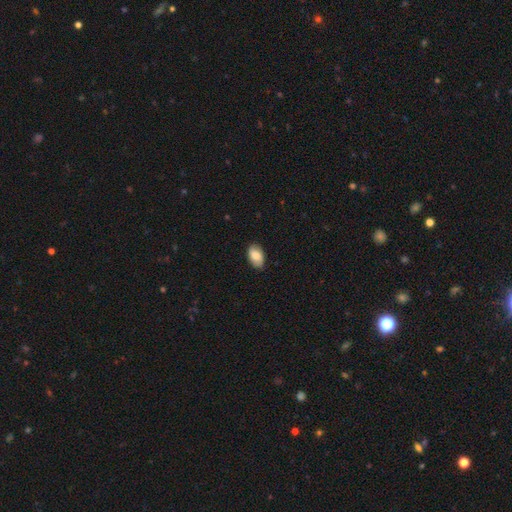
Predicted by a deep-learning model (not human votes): Smooth or featured?
  - smooth: 82% *
  - featured or disk: 11%
  - star or artifact: 7%
How rounded?
  - in between: 93% *
  - round: 6%
  - cigar-shaped: 1%
Merging?
  - none: 84% *
  - minor disturbance: 13%
  - major disturbance: 2%
  - merger: 1%